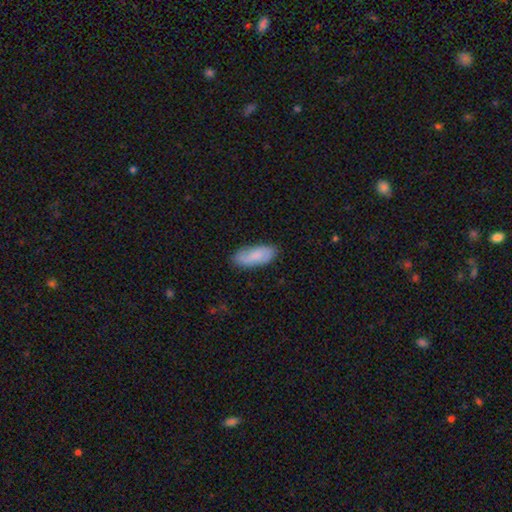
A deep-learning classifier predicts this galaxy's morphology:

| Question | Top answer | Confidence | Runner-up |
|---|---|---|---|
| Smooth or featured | smooth | 78% | featured or disk (16%) |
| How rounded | in between | 82% | cigar-shaped (16%) |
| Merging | none | 82% | minor disturbance (14%) |